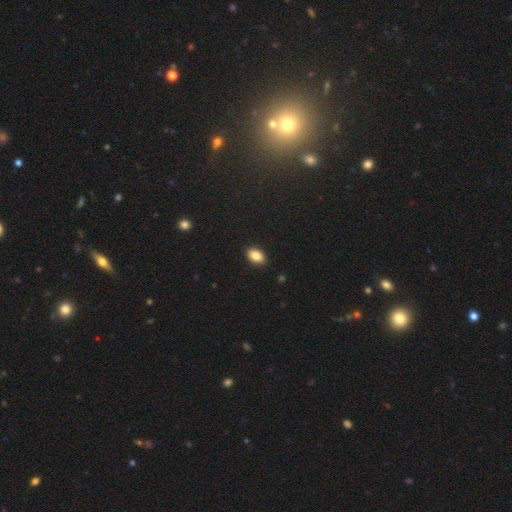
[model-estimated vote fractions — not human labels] This is clearly a smooth galaxy (88%). How rounded: clearly in between (89%). Merging: clearly none (89%).